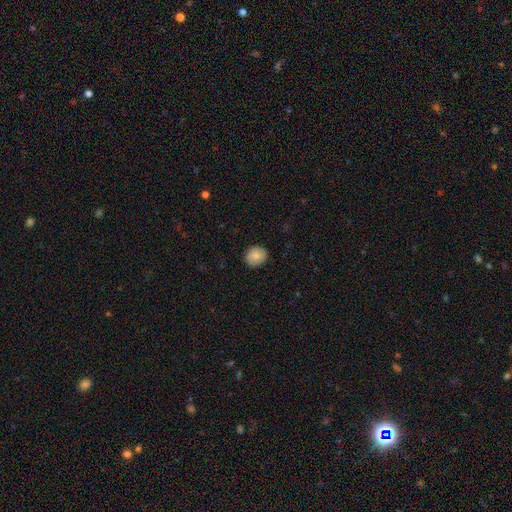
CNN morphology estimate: Q: Smooth or featured?
A: smooth (82%); runner-up: featured or disk (11%)
Q: How rounded?
A: round (66%); runner-up: in between (33%)
Q: Merging?
A: none (85%); runner-up: minor disturbance (12%)